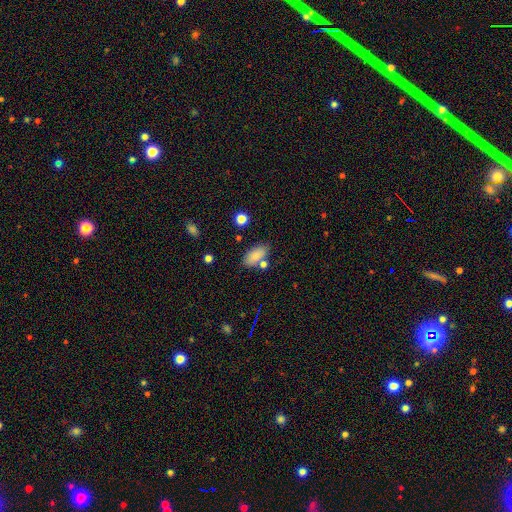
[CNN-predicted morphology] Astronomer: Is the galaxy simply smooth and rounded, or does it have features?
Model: smooth — 83%.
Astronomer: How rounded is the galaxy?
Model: in between — 90%.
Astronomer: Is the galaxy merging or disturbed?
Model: none — 72%.